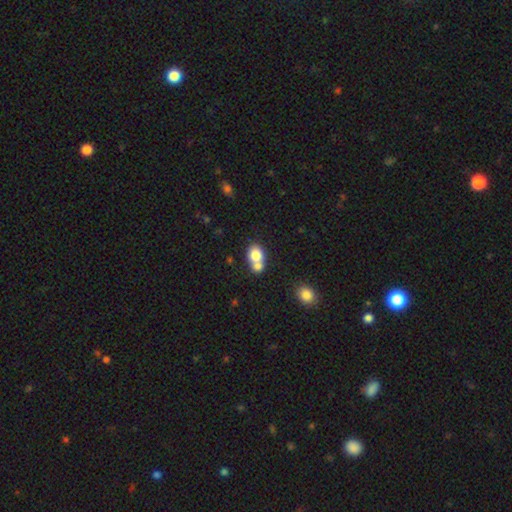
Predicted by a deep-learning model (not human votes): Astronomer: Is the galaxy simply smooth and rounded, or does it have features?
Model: smooth — 79%.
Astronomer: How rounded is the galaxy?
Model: round — 50% (runner-up: in between, 48%).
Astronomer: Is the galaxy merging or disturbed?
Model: merger — 57%.